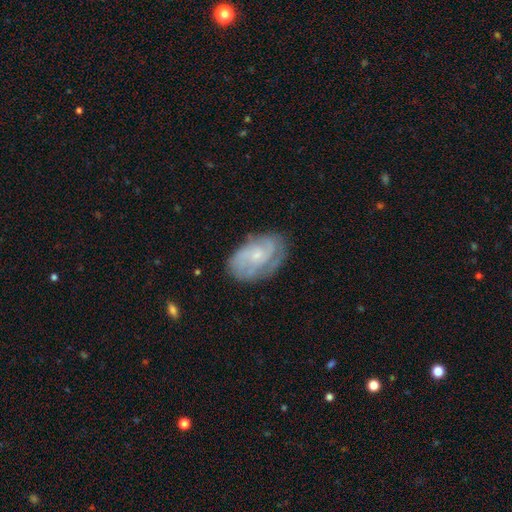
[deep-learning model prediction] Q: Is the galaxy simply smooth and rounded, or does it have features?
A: featured or disk — 72%.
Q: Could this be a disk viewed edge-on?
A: no — 97%.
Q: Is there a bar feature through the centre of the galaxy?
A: no — 71%.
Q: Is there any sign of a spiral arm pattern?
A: yes — 90%.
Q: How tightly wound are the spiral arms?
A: tight — 52%.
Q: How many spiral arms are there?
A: can't tell — 34%.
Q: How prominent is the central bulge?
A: small — 71%.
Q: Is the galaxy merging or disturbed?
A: none — 70%.